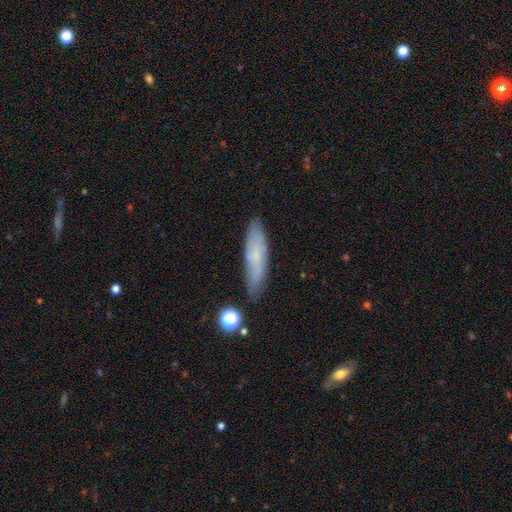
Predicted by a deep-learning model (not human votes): This appears to be a smooth galaxy with no disk features (59%) that is cigar-shaped (69%). Merging: none (76%).